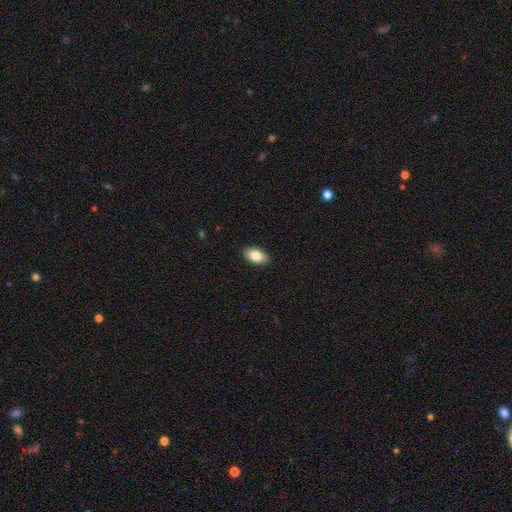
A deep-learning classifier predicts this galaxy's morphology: smooth-or-featured: smooth: 85% | featured or disk: 8% | star or artifact: 7%
  how-rounded: in between: 93% | round: 5% | cigar-shaped: 2%
  merging: none: 90% | minor disturbance: 8% | major disturbance: 2% | merger: 1%